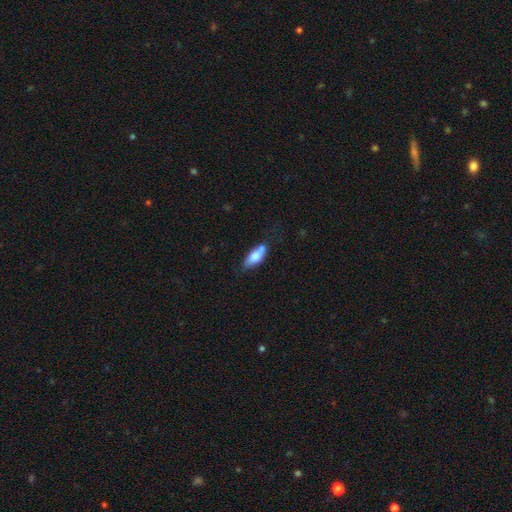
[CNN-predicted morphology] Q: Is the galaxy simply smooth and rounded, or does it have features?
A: smooth — 74%.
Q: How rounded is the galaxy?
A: in between — 75%.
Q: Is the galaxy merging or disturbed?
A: none — 58%.